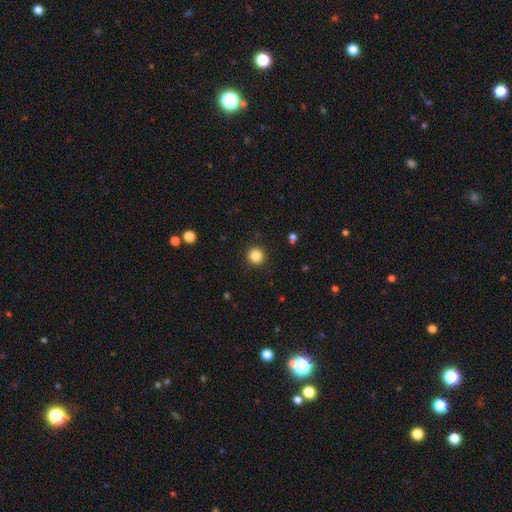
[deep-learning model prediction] Morphology: type=smooth (85%); roundness=round (95%); merging=none (92%).